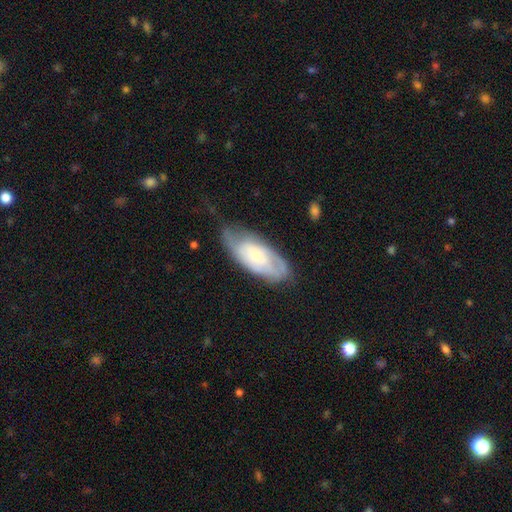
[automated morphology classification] This appears to be a featured or disk galaxy (57%) with no bar (73%), spiral arms (75%) and a small central bulge (60%). Merging: none (57%).